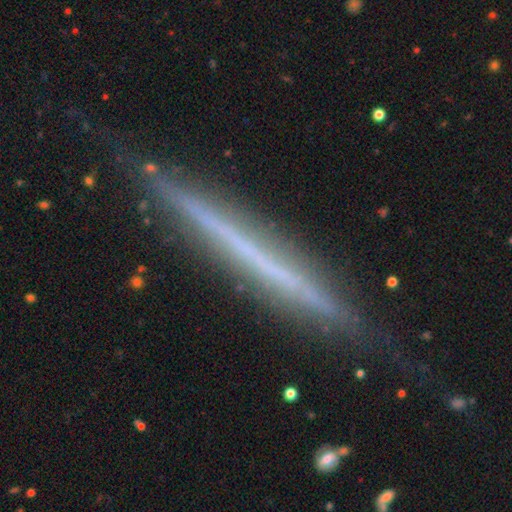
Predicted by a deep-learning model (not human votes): Smooth or featured? featured or disk (65%)
Edge-on disk? yes (96%)
Edge-on bulge? none (94%)
Merging? none (85%)